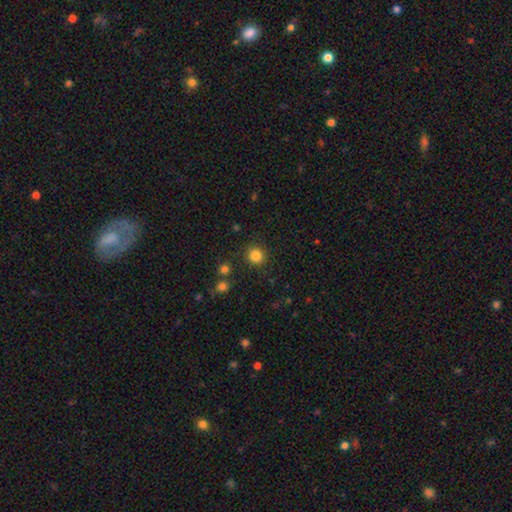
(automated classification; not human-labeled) Smooth or featured?
  - smooth: 84% *
  - star or artifact: 12%
  - featured or disk: 4%
How rounded?
  - round: 91% *
  - in between: 8%
  - cigar-shaped: 1%
Merging?
  - none: 89% *
  - minor disturbance: 6%
  - major disturbance: 3%
  - merger: 2%